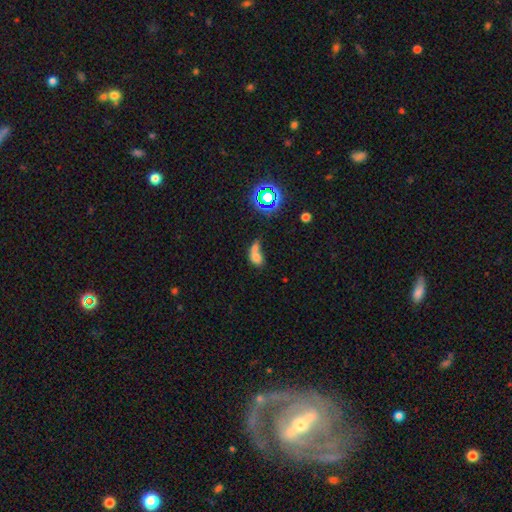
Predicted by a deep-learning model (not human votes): Q: Smooth or featured?
A: smooth (62%); runner-up: featured or disk (20%)
Q: How rounded?
A: in between (67%); runner-up: round (29%)
Q: Merging?
A: merger (58%); runner-up: none (19%)